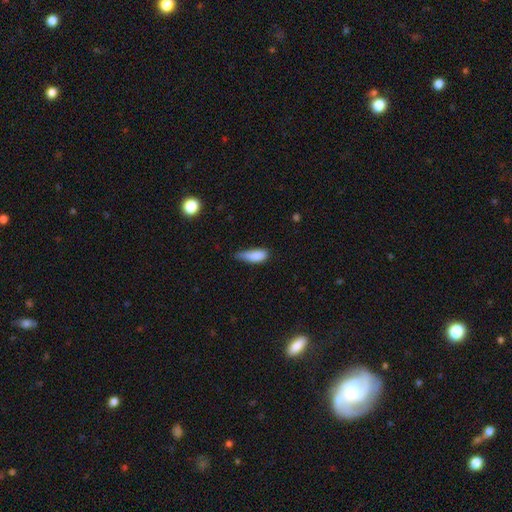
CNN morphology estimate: A smooth galaxy with no disk features (84%) that is in between round and cigar-shaped (69%).

Vote fractions:
- Smooth or featured? smooth: 84% / star or artifact: 8% / featured or disk: 8%
- How rounded? in between: 69% / cigar-shaped: 28% / round: 3%
- Merging? minor disturbance: 52% / none: 31% / major disturbance: 15% / merger: 3%